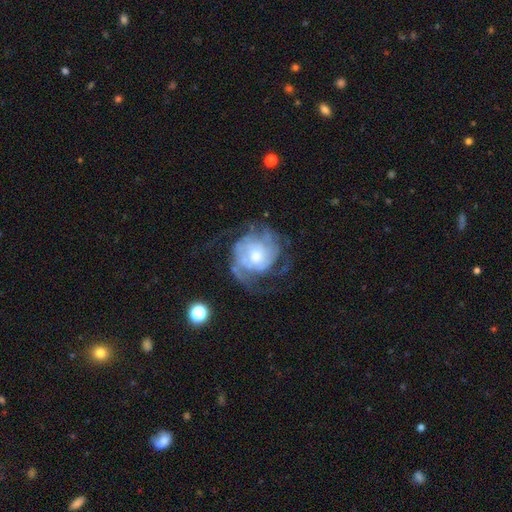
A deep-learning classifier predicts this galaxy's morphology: featured or disk 80%, smooth 14%, star or artifact 6%. Down the decision tree: edge-on disk — no (98%); bar — no (74%); spiral arms — yes (89%); spiral arm count — can't tell (35%); spiral winding — tight (48%); bulge size — moderate (51%); merging — none (54%).